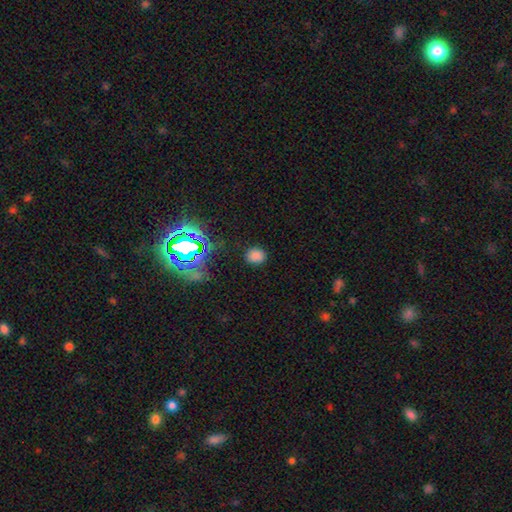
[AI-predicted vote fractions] Morphology: type=smooth (73%); roundness=round (62%); merging=none (84%).